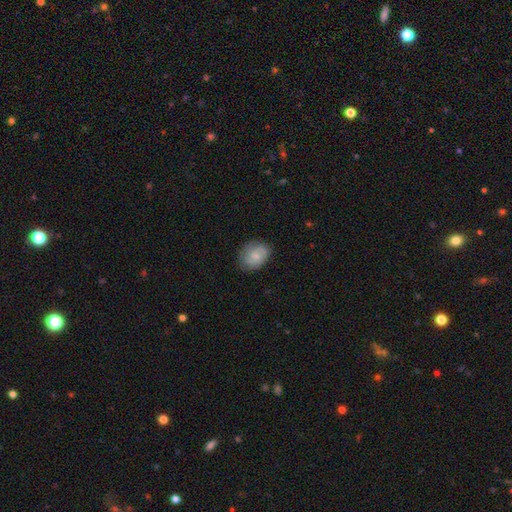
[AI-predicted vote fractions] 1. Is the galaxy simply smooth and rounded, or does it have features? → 56% smooth, 37% featured or disk, 7% star or artifact.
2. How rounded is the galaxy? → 65% in between, 34% round, 1% cigar-shaped.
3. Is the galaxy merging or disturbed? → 75% none, 19% minor disturbance, 5% major disturbance, 1% merger.